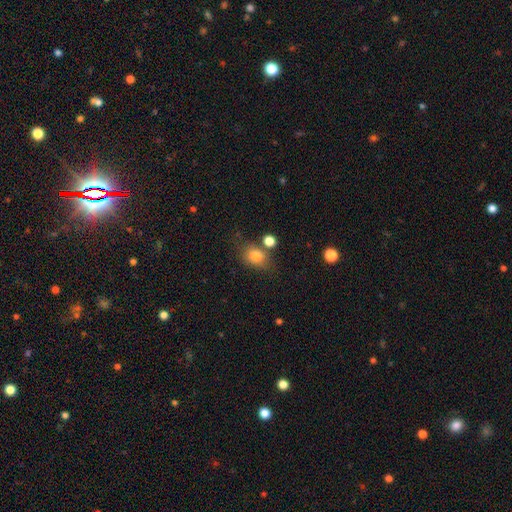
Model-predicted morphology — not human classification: Smooth or featured? Predicted: smooth (p=0.80). How rounded? Predicted: in between (p=0.58). Merging? Predicted: none (p=0.63).